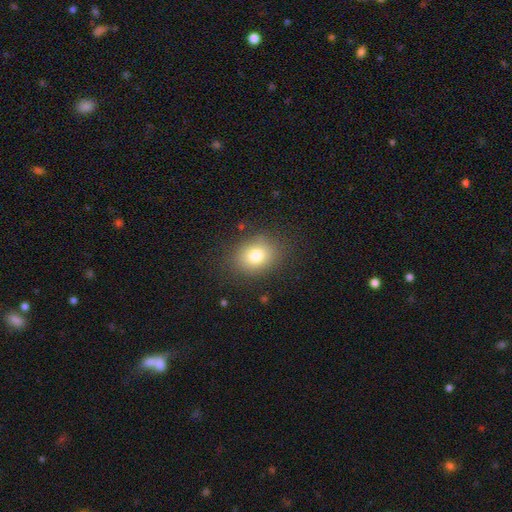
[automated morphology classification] Overall: smooth (78%). How rounded: round (54%; in between 45%). Merging: none (83%).